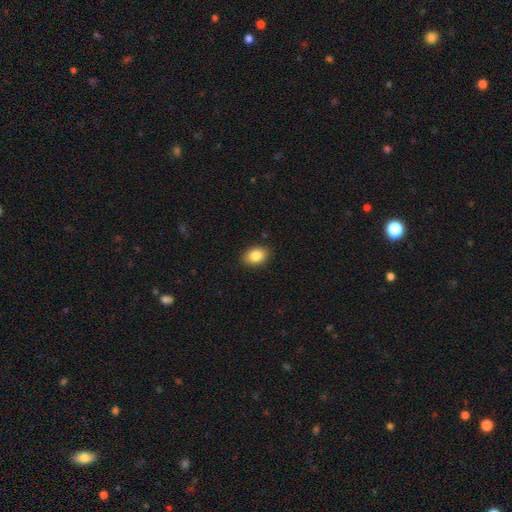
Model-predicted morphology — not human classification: A smooth galaxy with no disk features (85%) that is in between round and cigar-shaped (76%).

Vote fractions:
- Smooth or featured? smooth: 85% / star or artifact: 8% / featured or disk: 6%
- How rounded? in between: 76% / round: 23% / cigar-shaped: 1%
- Merging? none: 89% / minor disturbance: 8% / major disturbance: 2% / merger: 1%